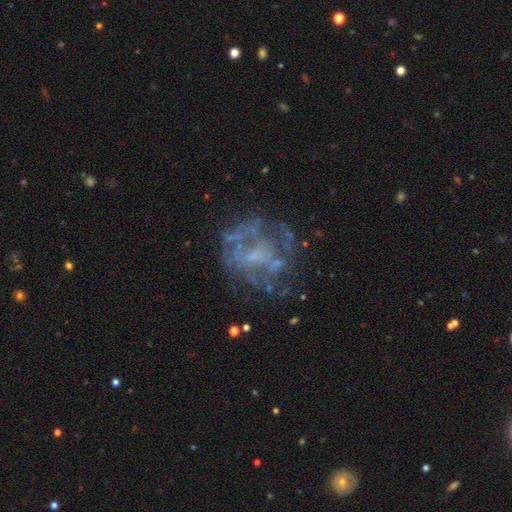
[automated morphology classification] This is likely a featured or disk galaxy (71%). It is clearly not viewed edge-on (98%). Bar: likely no (73%). Spiral arm pattern: likely no (64%). Central bulge: marginally small (40%). Merging: possibly none (57%).